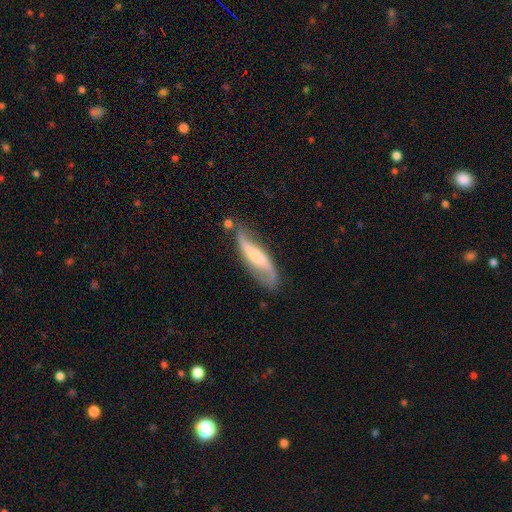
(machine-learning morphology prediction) smooth_or_featured: featured or disk (p=0.72) [alt: smooth p=0.22]
disk_edge_on: no (p=0.82) [alt: yes p=0.18]
bar: no (p=0.40) [alt: weak p=0.36]
has_spiral_arms: yes (p=0.93) [alt: no p=0.07]
spiral_winding: loose (p=0.73) [alt: medium p=0.20]
spiral_arm_count: 2 (p=0.89) [alt: 1 p=0.04]
bulge_size: small (p=0.36) [alt: moderate p=0.28]
merging: none (p=0.64) [alt: minor disturbance p=0.22]